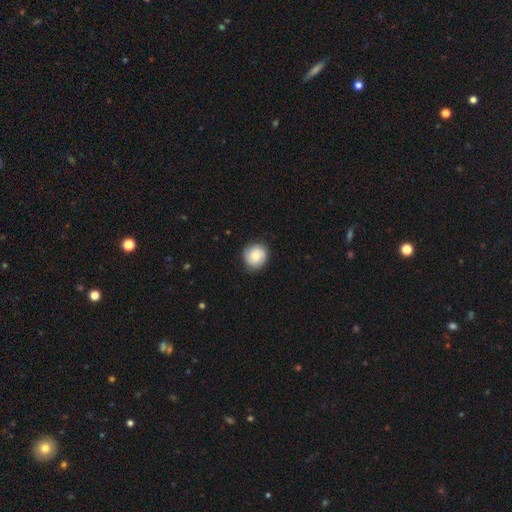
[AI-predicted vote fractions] This is likely a smooth galaxy (63%). How rounded: clearly round (88%). Merging: clearly none (86%).